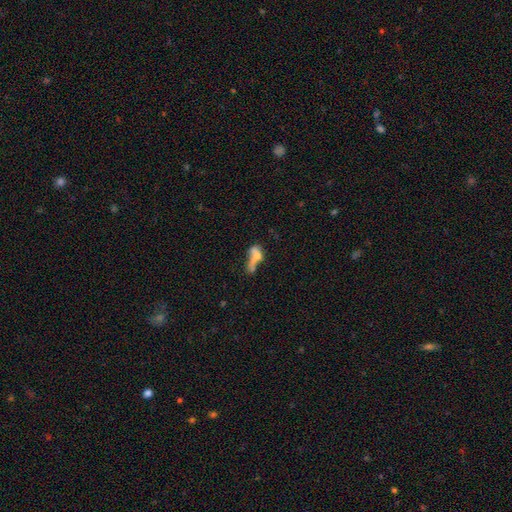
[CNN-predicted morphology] smooth_or_featured: smooth (p=0.53) [alt: featured or disk p=0.34]
how_rounded: in between (p=0.58) [alt: cigar-shaped p=0.27]
merging: merger (p=0.49) [alt: major disturbance p=0.22]